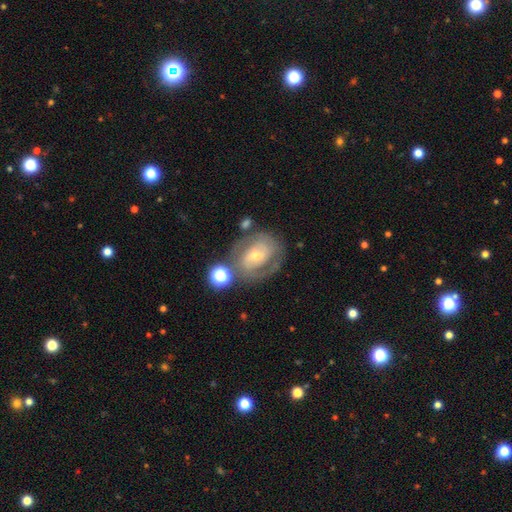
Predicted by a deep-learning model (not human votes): smooth-or-featured: featured or disk: 76% | smooth: 17% | star or artifact: 7%
  disk-edge-on: no: 96% | yes: 4%
    bar: no: 52% | weak: 34% | strong: 14%
    has-spiral-arms: yes: 80% | no: 20%
      spiral-winding: tight: 54% | medium: 34% | loose: 12%
      spiral-arm-count: 2: 56% | can't tell: 26% | 1: 9% | 3: 6% | 4: 2% | more than 4: 2%
    bulge-size: small: 56% | moderate: 40% | large: 2% | none: 1% | dominant: 1%
  merging: none: 61% | minor disturbance: 19% | major disturbance: 12% | merger: 9%